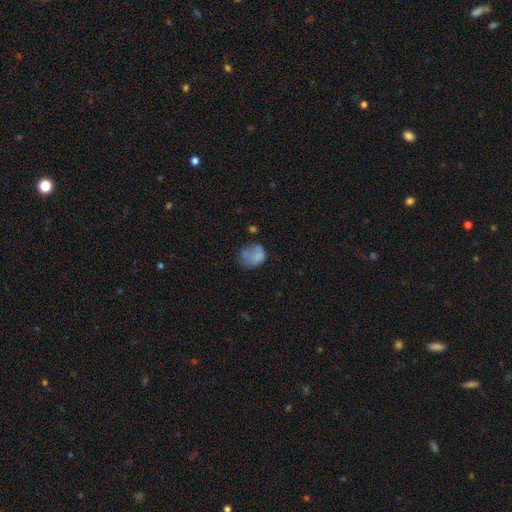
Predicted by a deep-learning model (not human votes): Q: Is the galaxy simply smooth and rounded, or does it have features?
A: smooth — 71%.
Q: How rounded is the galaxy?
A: in between — 51%.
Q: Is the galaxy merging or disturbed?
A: none — 42%.